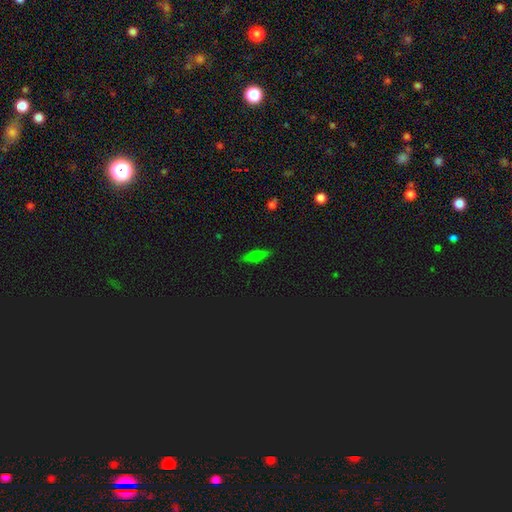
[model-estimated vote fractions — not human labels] Smooth or featured?
  - smooth: 57% *
  - featured or disk: 30%
  - star or artifact: 13%
How rounded?
  - in between: 49% *
  - cigar-shaped: 47%
  - round: 4%
Merging?
  - none: 86% *
  - minor disturbance: 11%
  - major disturbance: 2%
  - merger: 1%